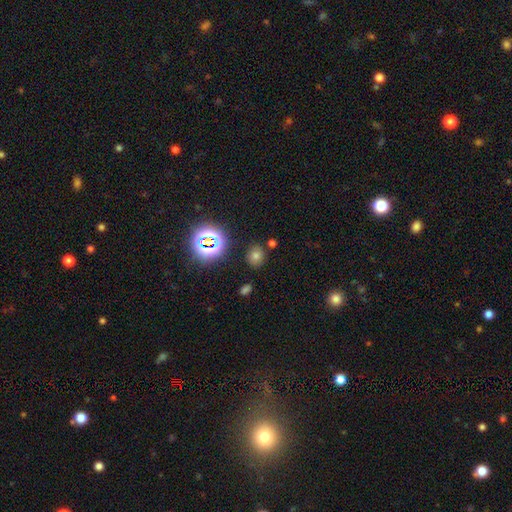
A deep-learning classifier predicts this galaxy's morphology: smooth_or_featured: smooth (p=0.62) [alt: star or artifact p=0.29]
how_rounded: round (p=0.60) [alt: in between p=0.39]
merging: none (p=0.81) [alt: minor disturbance p=0.10]